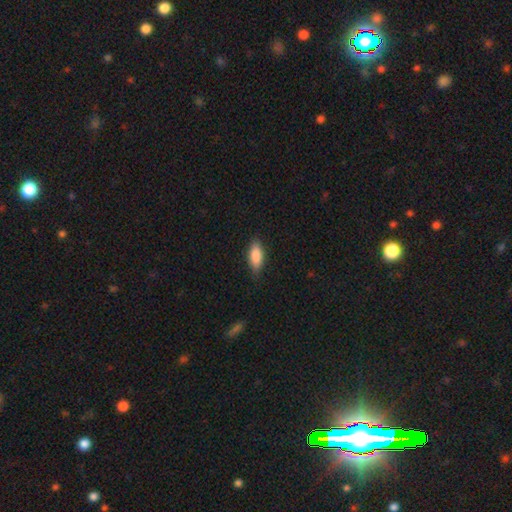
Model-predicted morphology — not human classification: Smooth or featured? Predicted: smooth (p=0.83). How rounded? Predicted: in between (p=0.79). Merging? Predicted: none (p=0.81).